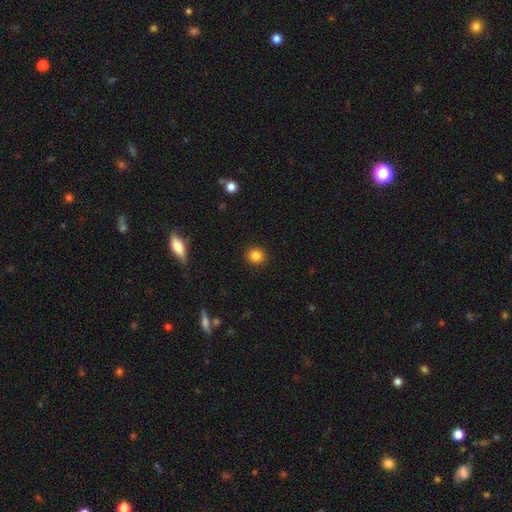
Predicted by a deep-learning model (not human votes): Overall: smooth (85%). How rounded: round (82%). Merging: none (91%).